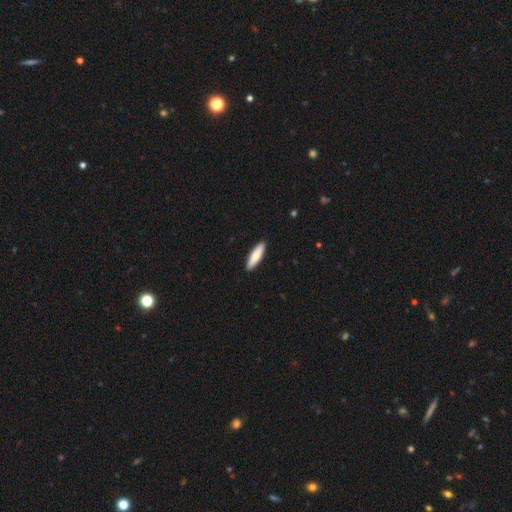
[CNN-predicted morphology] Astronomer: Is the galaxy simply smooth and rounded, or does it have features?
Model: smooth — 76%.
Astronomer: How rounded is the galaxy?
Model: cigar-shaped — 72%.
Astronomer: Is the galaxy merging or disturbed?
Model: none — 92%.